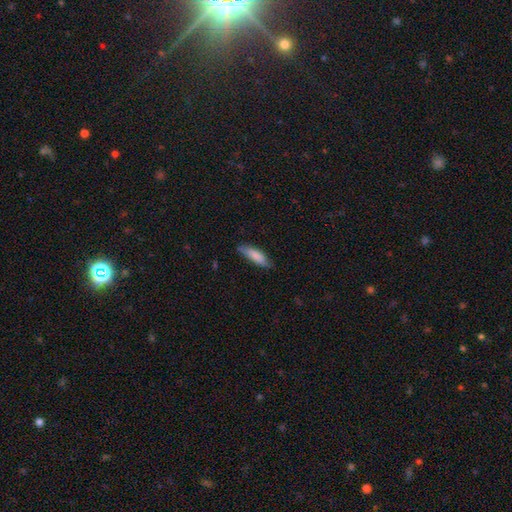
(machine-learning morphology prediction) Q: Smooth or featured?
A: smooth (82%); runner-up: featured or disk (12%)
Q: How rounded?
A: cigar-shaped (59%); runner-up: in between (40%)
Q: Merging?
A: none (74%); runner-up: minor disturbance (22%)